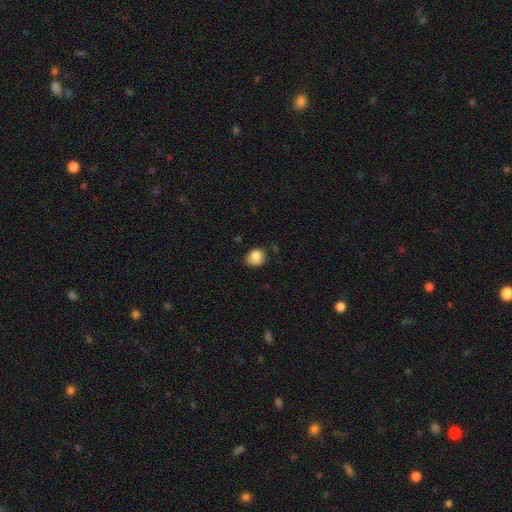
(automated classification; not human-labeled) A smooth galaxy with no disk features (84%) that is round (62%).

Vote fractions:
- Smooth or featured? smooth: 84% / star or artifact: 9% / featured or disk: 7%
- How rounded? round: 62% / in between: 37% / cigar-shaped: 1%
- Merging? none: 68% / minor disturbance: 26% / major disturbance: 4% / merger: 2%